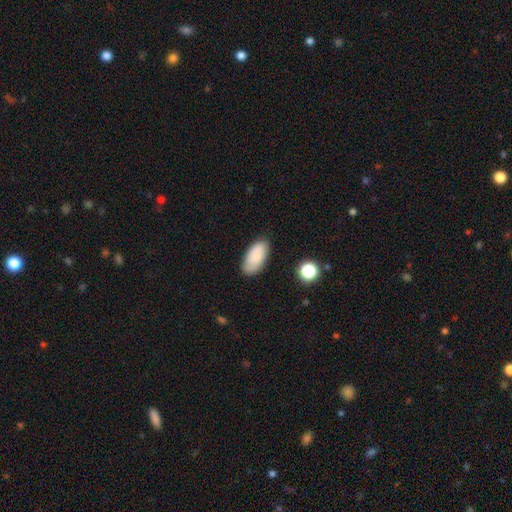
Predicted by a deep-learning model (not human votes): A smooth galaxy with no disk features (84%) that is in between round and cigar-shaped (92%). Merging: none (81%).